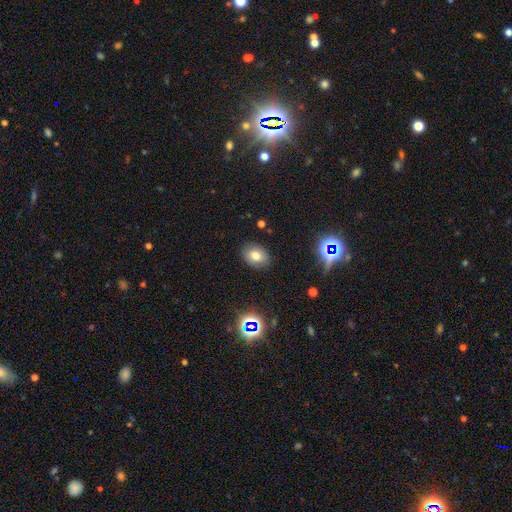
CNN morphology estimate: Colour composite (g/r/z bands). It shows a smooth galaxy with no disk features (73%) that is in between round and cigar-shaped (69%). Merging: none (85%).